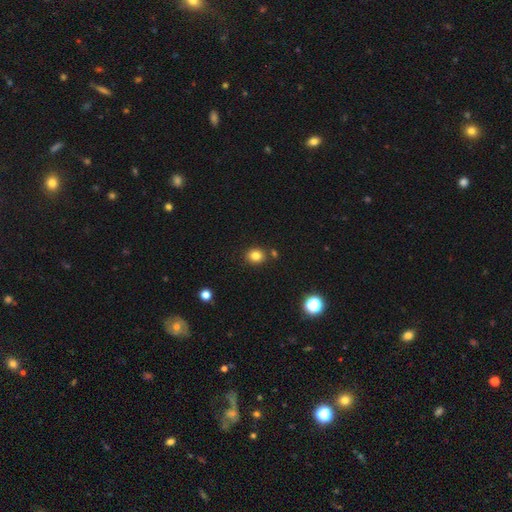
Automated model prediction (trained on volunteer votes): Q: Smooth or featured?
A: smooth (82%); runner-up: star or artifact (12%)
Q: How rounded?
A: round (73%); runner-up: in between (26%)
Q: Merging?
A: none (82%); runner-up: minor disturbance (9%)